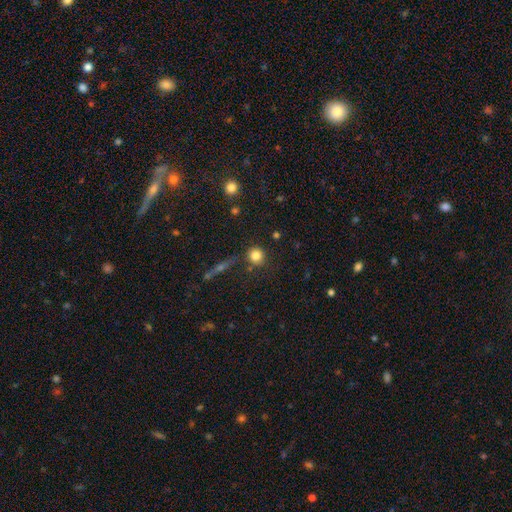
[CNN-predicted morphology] The model was most divided on "smooth or featured": smooth: 81%, star or artifact: 11%, featured or disk: 8%. More confident: how rounded — round (91%); merging — none (80%).